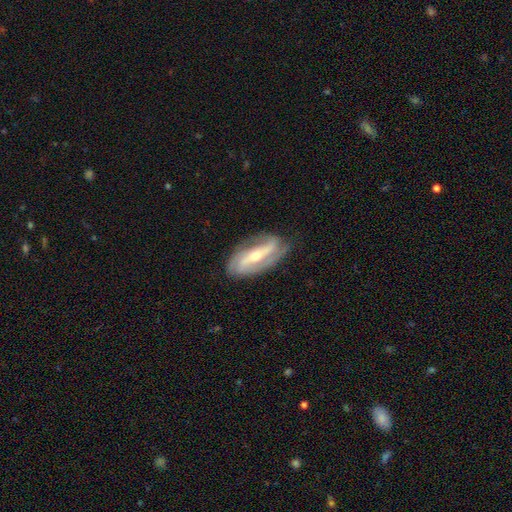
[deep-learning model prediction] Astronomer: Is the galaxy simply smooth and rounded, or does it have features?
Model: featured or disk — 83%.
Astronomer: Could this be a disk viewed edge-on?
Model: no — 90%.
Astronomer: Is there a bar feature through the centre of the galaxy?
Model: strong — 57%.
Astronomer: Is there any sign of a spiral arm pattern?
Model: yes — 93%.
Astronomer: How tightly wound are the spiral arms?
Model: medium — 40% (runner-up: tight, 32%).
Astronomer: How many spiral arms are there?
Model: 2 — 79%.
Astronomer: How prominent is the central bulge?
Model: moderate — 53% (runner-up: small, 43%).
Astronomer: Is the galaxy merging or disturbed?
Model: none — 77%.